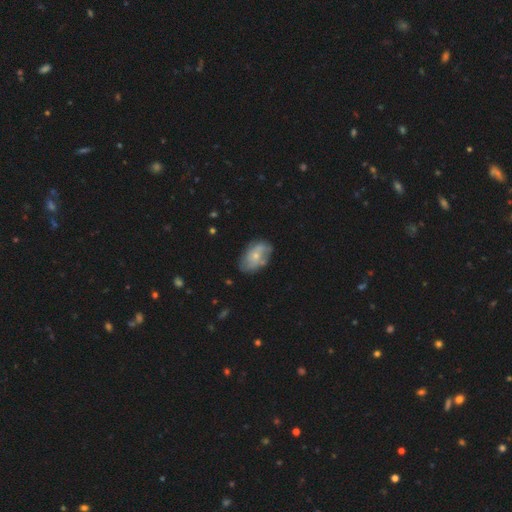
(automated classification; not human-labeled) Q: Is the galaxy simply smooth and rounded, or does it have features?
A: featured or disk — 56%.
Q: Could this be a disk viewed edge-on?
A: no — 96%.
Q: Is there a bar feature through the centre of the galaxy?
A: no — 77%.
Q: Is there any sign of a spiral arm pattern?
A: yes — 70%.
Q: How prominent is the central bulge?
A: small — 66%.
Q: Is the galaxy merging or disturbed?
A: none — 63%.